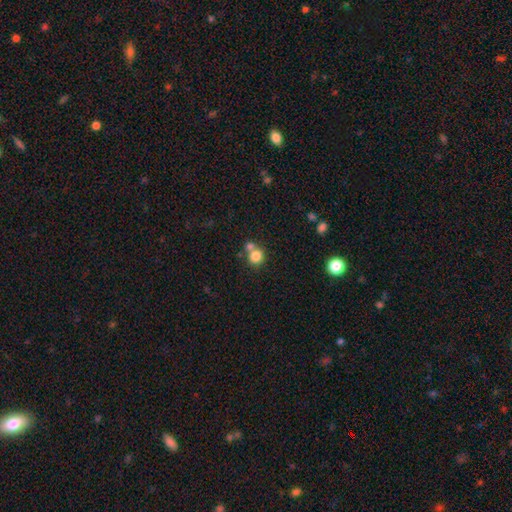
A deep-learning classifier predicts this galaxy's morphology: This is clearly a smooth galaxy (80%). How rounded: clearly round (82%). Merging: possibly none (48%).